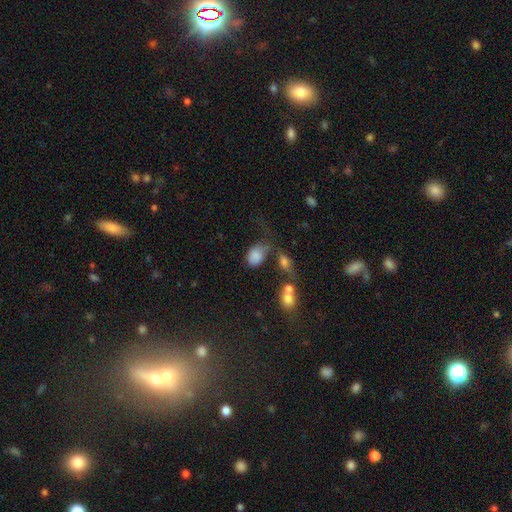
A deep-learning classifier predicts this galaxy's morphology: type=smooth (78%); roundness=in between (76%); merging=none (29%).